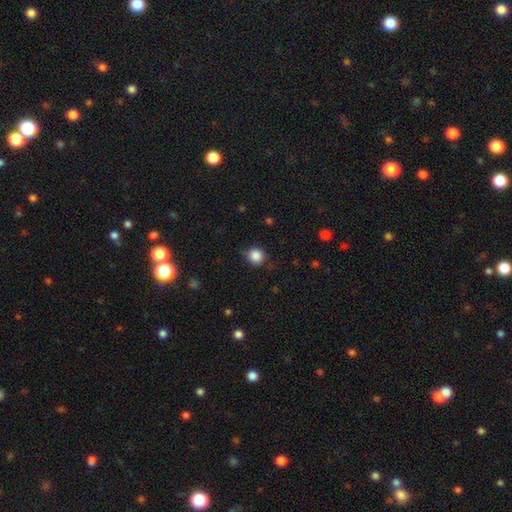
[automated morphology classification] Overall: smooth (87%). How rounded: round (86%). Merging: none (77%).